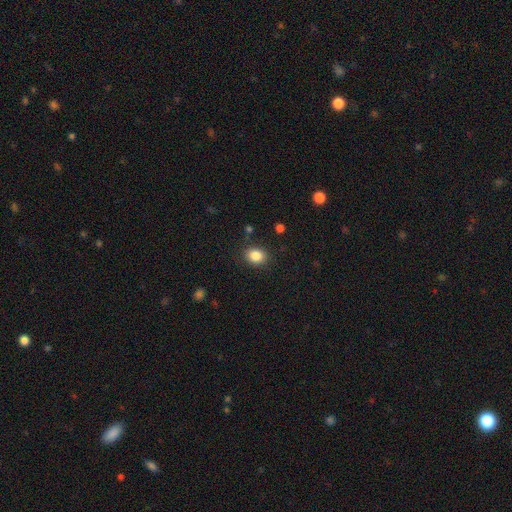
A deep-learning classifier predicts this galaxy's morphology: Q: Smooth or featured?
A: smooth (85%); runner-up: star or artifact (10%)
Q: How rounded?
A: round (52%); runner-up: in between (47%)
Q: Merging?
A: none (86%); runner-up: minor disturbance (9%)